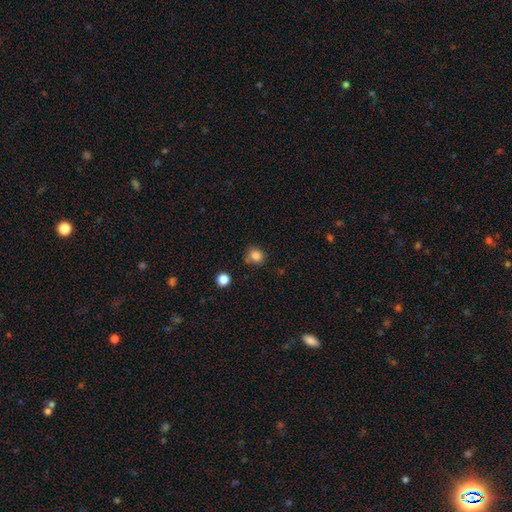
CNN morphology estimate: Smooth or featured: smooth — 84% (star or artifact — 12%)
How rounded: round — 78% (in between — 21%)
Merging: none — 72% (minor disturbance — 17%)